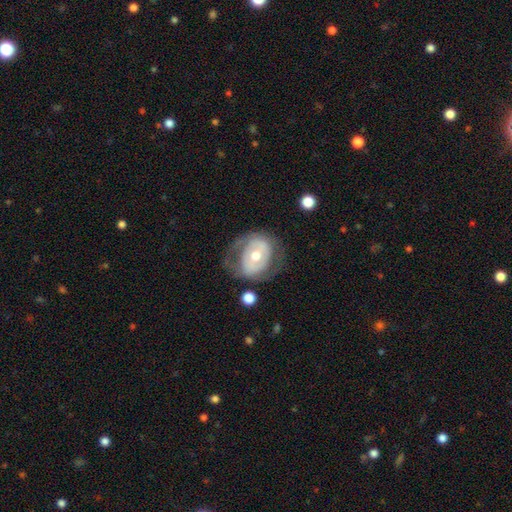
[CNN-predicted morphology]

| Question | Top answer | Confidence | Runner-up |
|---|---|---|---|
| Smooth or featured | featured or disk | 64% | smooth (30%) |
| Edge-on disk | no | 95% | yes (5%) |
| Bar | no | 54% | weak (29%) |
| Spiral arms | no | 55% | yes (45%) |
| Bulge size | moderate | 68% | small (25%) |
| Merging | none | 60% | minor disturbance (20%) |